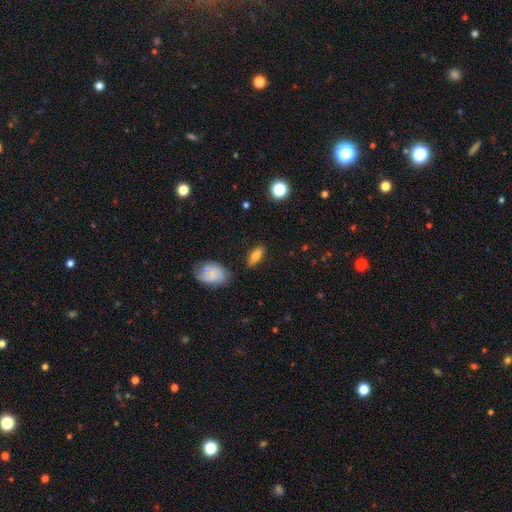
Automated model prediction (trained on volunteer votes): Q: Smooth or featured?
A: smooth (74%); runner-up: featured or disk (18%)
Q: How rounded?
A: in between (76%); runner-up: cigar-shaped (20%)
Q: Merging?
A: none (80%); runner-up: minor disturbance (13%)